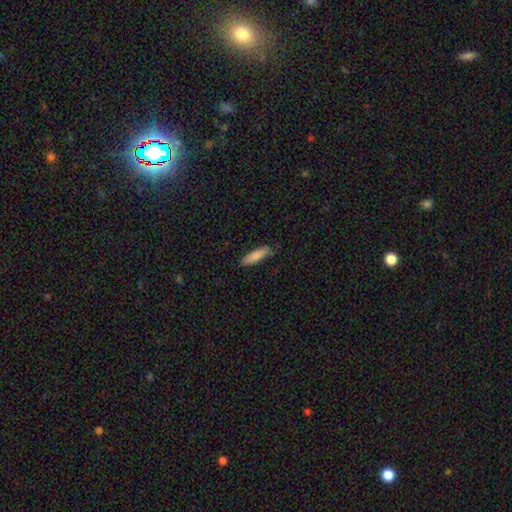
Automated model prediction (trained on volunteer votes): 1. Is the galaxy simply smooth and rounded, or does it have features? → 84% smooth, 10% featured or disk, 6% star or artifact.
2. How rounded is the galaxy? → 69% cigar-shaped, 30% in between, 1% round.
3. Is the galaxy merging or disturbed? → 80% none, 16% minor disturbance, 3% major disturbance, 1% merger.